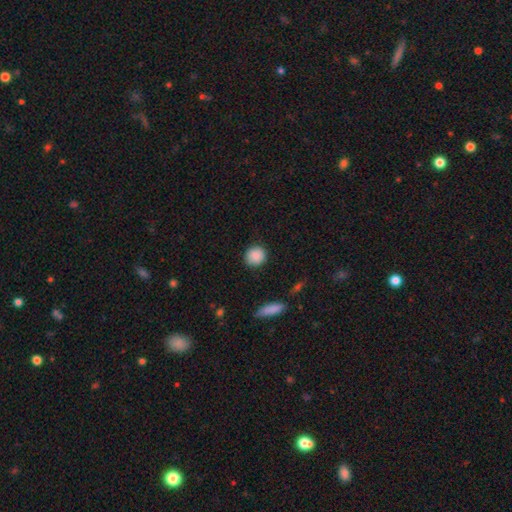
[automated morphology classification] Q: Smooth or featured?
A: smooth (89%); runner-up: star or artifact (7%)
Q: How rounded?
A: round (87%); runner-up: in between (11%)
Q: Merging?
A: none (88%); runner-up: minor disturbance (8%)